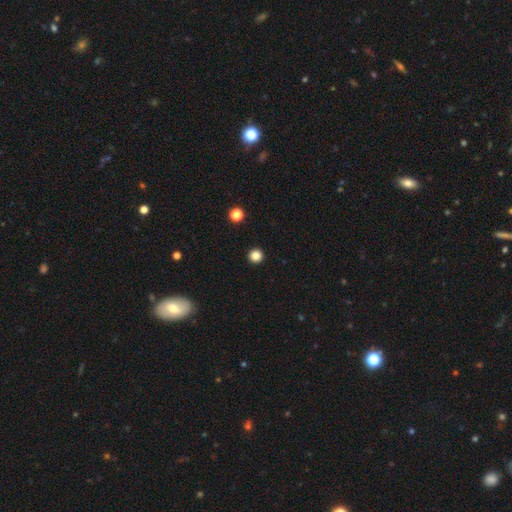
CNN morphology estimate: type=smooth (84%); roundness=round (96%); merging=none (94%).